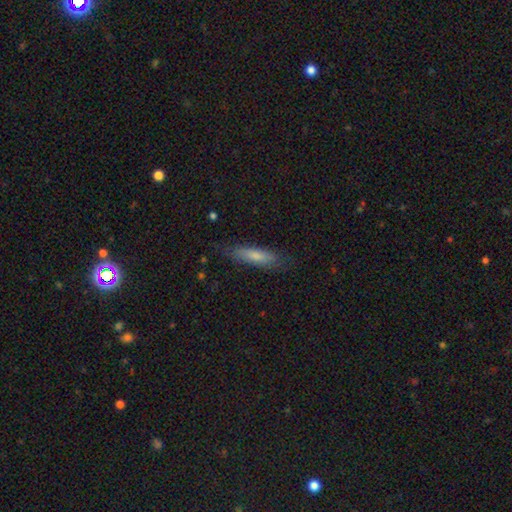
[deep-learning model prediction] The model was most divided on "how rounded": cigar-shaped: 71%, in between: 27%, round: 2%. More confident: merging — none (78%); smooth or featured — smooth (73%).